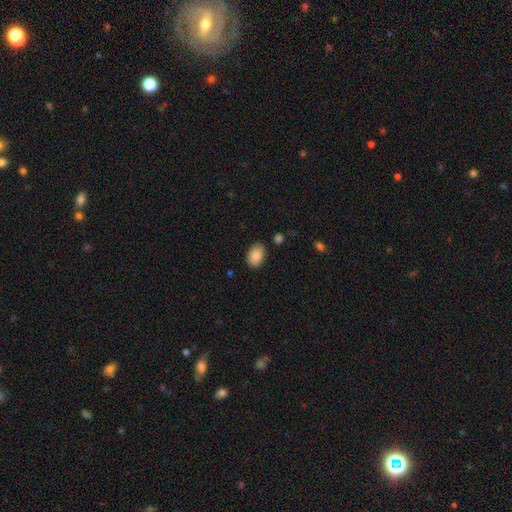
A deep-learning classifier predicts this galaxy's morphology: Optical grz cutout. It shows a smooth galaxy with no disk features (88%) that is in between round and cigar-shaped (87%). Merging: none (81%).